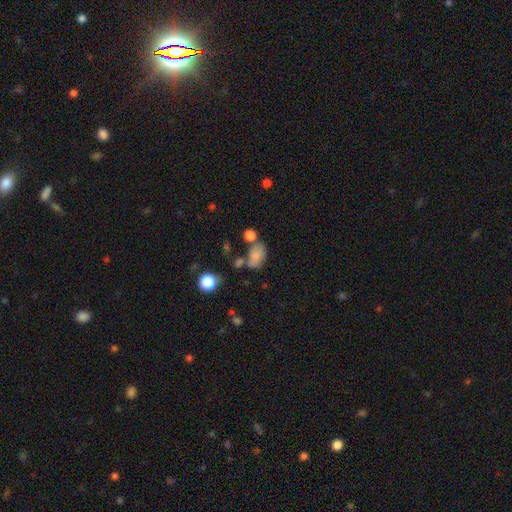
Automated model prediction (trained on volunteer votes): A smooth galaxy with no disk features (78%) that is in between round and cigar-shaped (86%). Merging: none (45%).